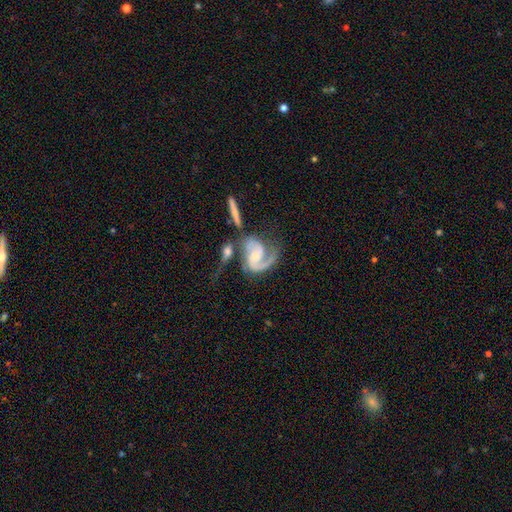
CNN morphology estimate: type=featured or disk (89%); edge-on=no (97%); bar=no (56%); spiral arms=yes (97%); winding=medium (51%); arm count=2 (76%); bulge=small (55%); merging=none (36%).